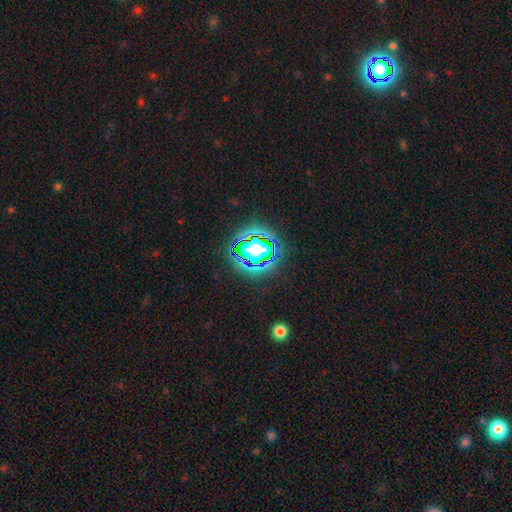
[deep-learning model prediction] This appears to be a star or artifact, not a galaxy (79%).